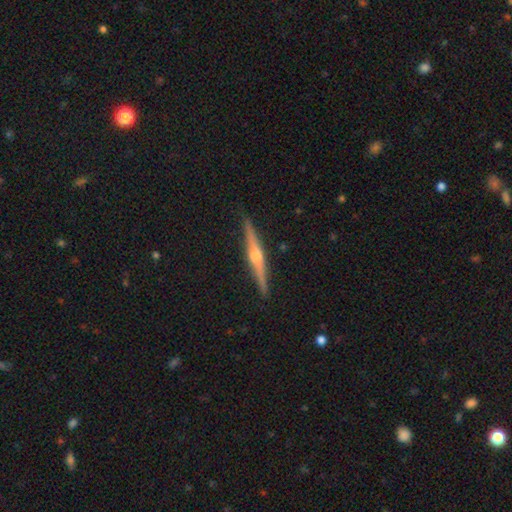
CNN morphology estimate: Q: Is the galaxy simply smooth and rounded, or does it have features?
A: featured or disk — 82%.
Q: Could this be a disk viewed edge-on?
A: yes — 98%.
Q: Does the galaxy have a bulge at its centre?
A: rounded — 92%.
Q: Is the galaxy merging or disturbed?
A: none — 91%.